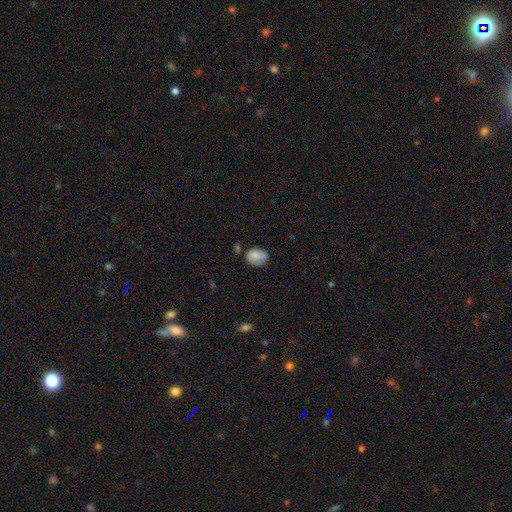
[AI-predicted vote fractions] Smooth or featured? smooth (80%)
How rounded? in between (54%)
Merging? none (59%)